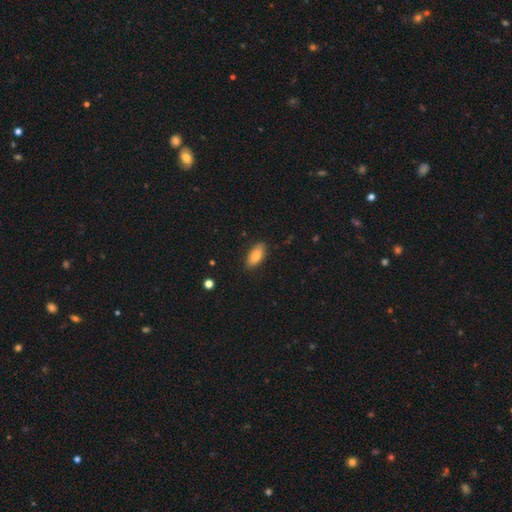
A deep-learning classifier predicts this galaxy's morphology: Smooth or featured? smooth (81%)
How rounded? in between (88%)
Merging? none (87%)